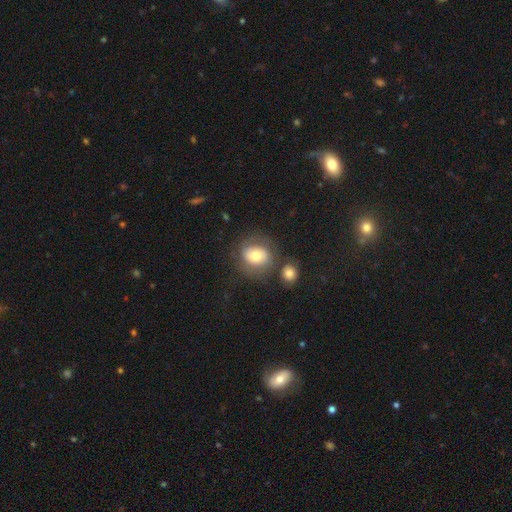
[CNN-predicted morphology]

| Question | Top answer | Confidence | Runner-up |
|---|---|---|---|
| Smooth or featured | smooth | 62% | featured or disk (29%) |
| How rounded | round | 72% | in between (27%) |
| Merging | none | 64% | minor disturbance (15%) |